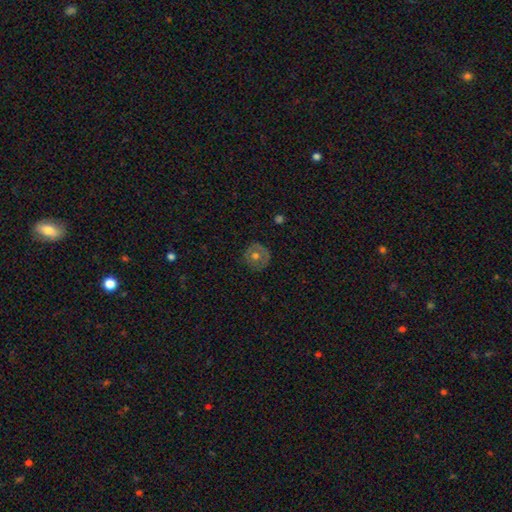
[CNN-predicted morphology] This appears to be a smooth galaxy with no disk features (50%). Merging: none (82%).